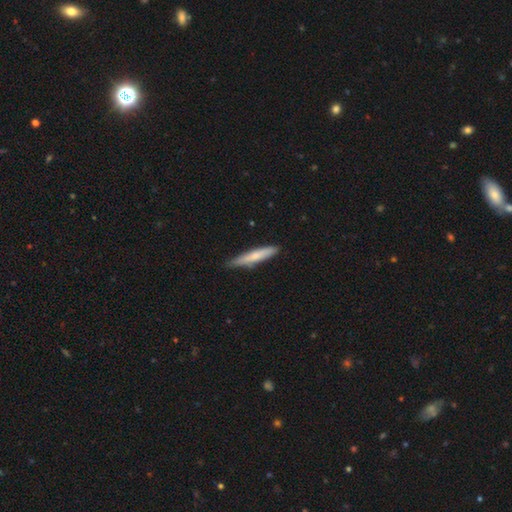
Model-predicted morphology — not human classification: smooth-or-featured: smooth: 68% | featured or disk: 27% | star or artifact: 5%
  how-rounded: cigar-shaped: 91% | in between: 8% | round: 1%
  merging: none: 77% | minor disturbance: 19% | major disturbance: 2% | merger: 2%